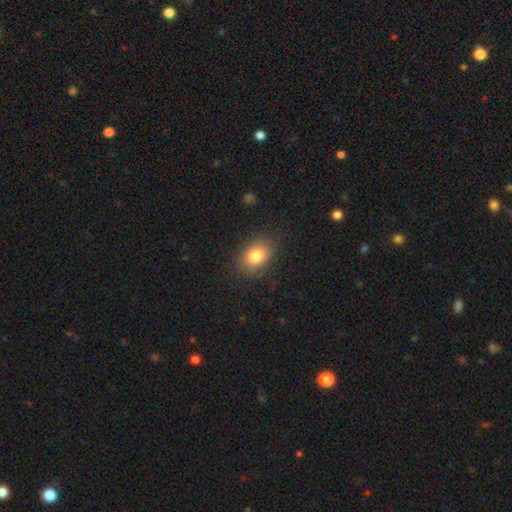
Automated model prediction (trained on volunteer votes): Morphology: type=smooth (81%); roundness=in between (69%); merging=none (84%).